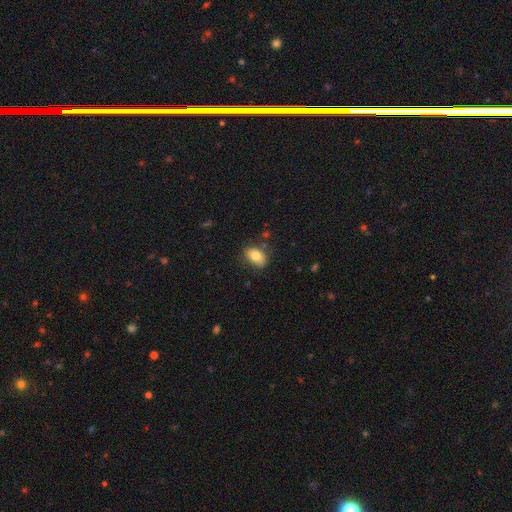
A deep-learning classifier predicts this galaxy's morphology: smooth 80%, featured or disk 11%, star or artifact 8%. Down the decision tree: how rounded — in between (83%); merging — none (77%).